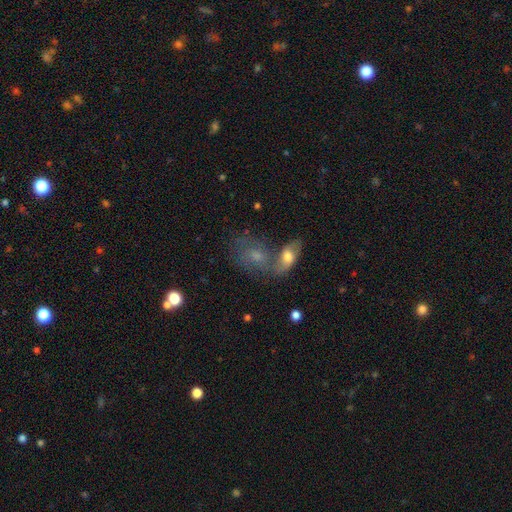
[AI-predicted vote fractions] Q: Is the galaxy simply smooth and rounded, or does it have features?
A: featured or disk — 43%, tied with smooth.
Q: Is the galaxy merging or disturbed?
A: merger — 51%.